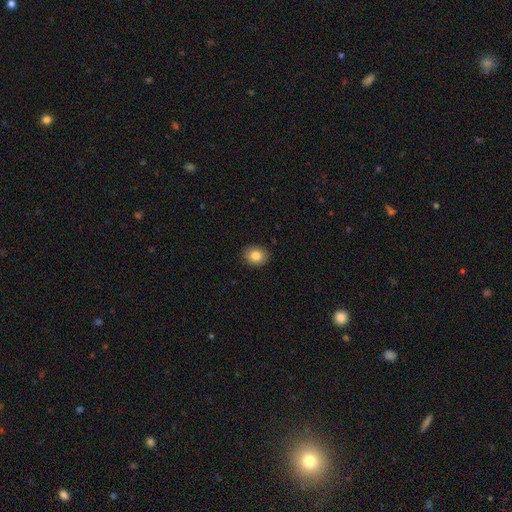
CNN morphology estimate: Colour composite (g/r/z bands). It shows a smooth galaxy with no disk features (84%) that is round (61%). Merging: none (90%).